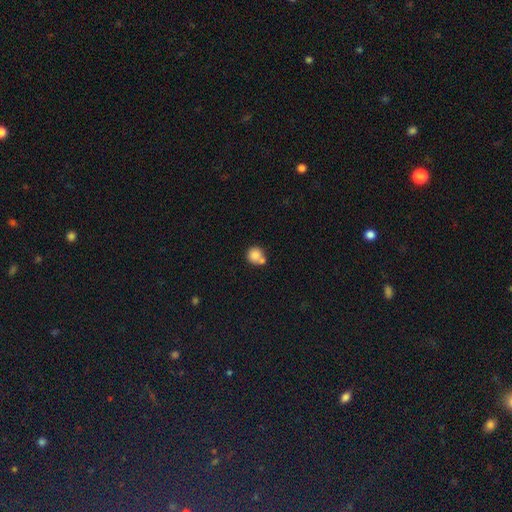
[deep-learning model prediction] Overall: smooth (82%). How rounded: round (87%). Merging: none (47%; merger 37%).